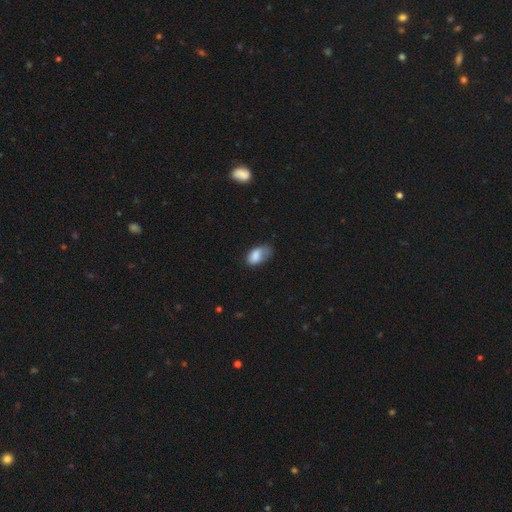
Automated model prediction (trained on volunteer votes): Smooth or featured? Predicted: smooth (p=0.80). How rounded? Predicted: in between (p=0.90). Merging? Predicted: minor disturbance (p=0.41).